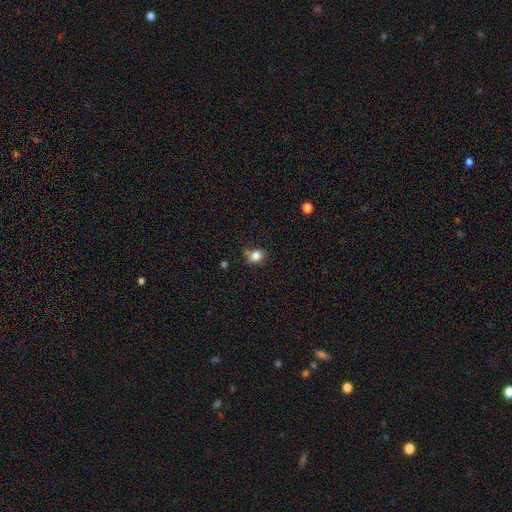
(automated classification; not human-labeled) Morphology: type=smooth (83%); roundness=round (57%); merging=none (63%).